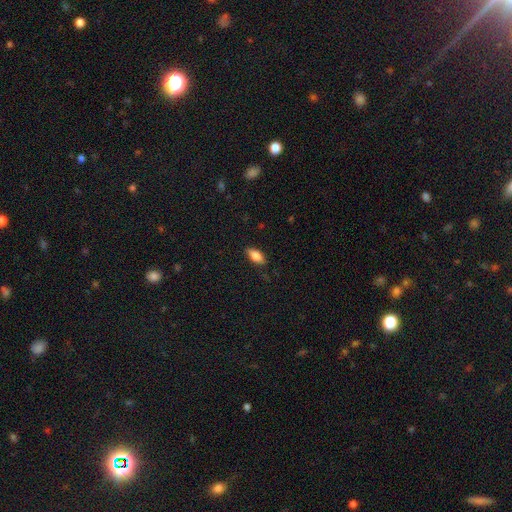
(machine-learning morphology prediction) The model was most divided on "smooth or featured": smooth: 80%, featured or disk: 13%, star or artifact: 7%. More confident: merging — none (85%); how rounded — in between (84%).